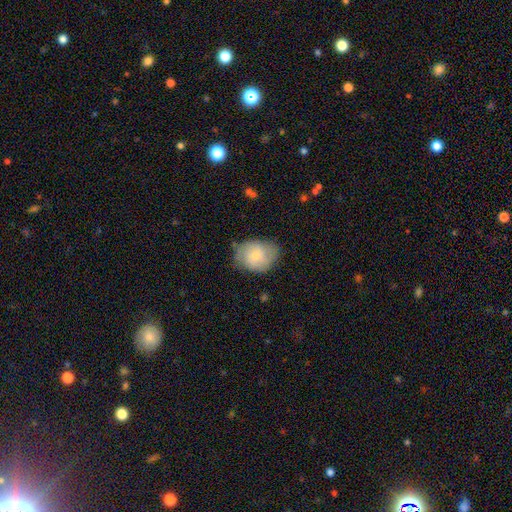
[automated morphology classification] This appears to be a smooth galaxy with no disk features (62%) that is in between round and cigar-shaped (54%). Merging: none (65%).